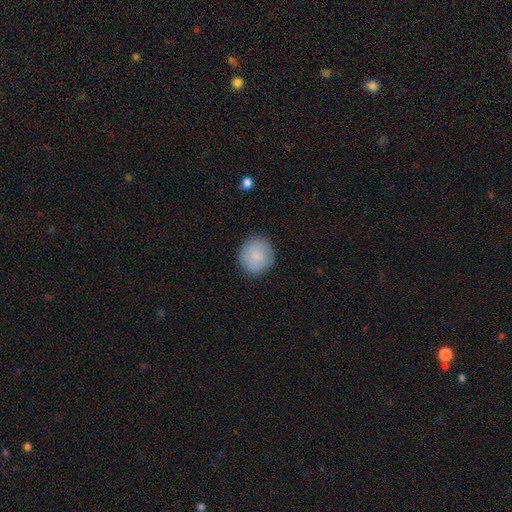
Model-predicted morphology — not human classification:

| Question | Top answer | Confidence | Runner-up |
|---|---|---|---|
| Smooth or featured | smooth | 84% | featured or disk (9%) |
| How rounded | round | 91% | in between (8%) |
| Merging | none | 88% | minor disturbance (9%) |